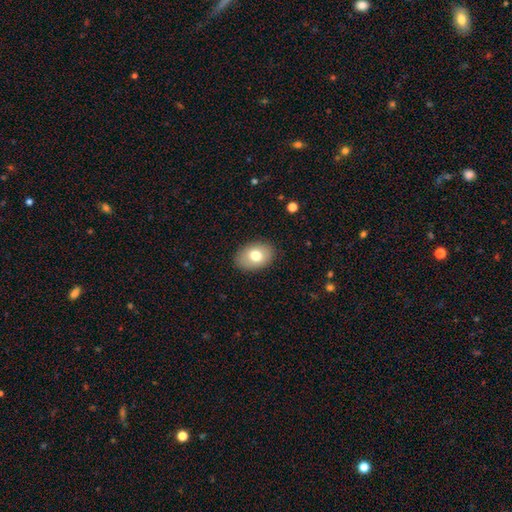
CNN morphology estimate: Smooth or featured? Predicted: smooth (p=0.75). How rounded? Predicted: in between (p=0.79). Merging? Predicted: none (p=0.87).